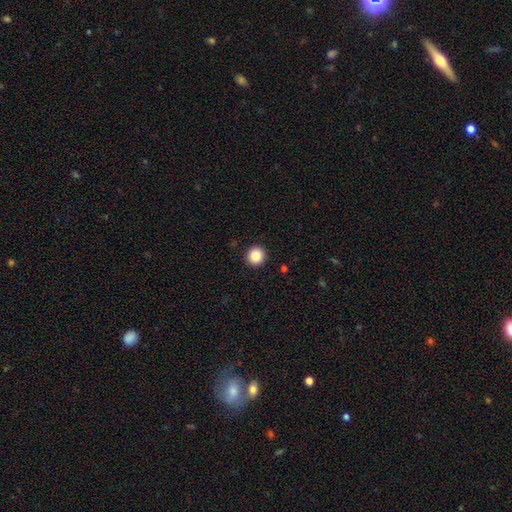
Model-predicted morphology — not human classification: smooth 86%, star or artifact 10%, featured or disk 4%. Down the decision tree: how rounded — round (93%); merging — none (93%).